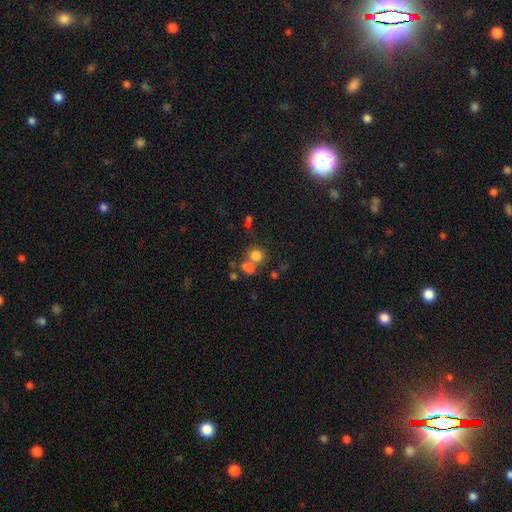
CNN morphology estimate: smooth_or_featured: smooth (p=0.77) [alt: star or artifact p=0.14]
how_rounded: round (p=0.75) [alt: in between p=0.24]
merging: none (p=0.48) [alt: merger p=0.38]